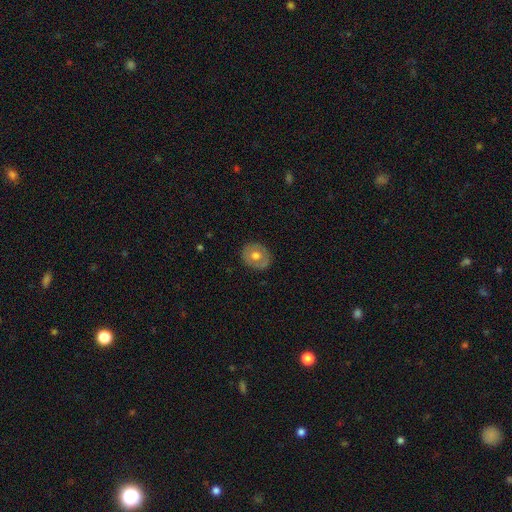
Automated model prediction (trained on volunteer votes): This appears to be a smooth galaxy with no disk features (57%) that is round (65%). Merging: none (85%).